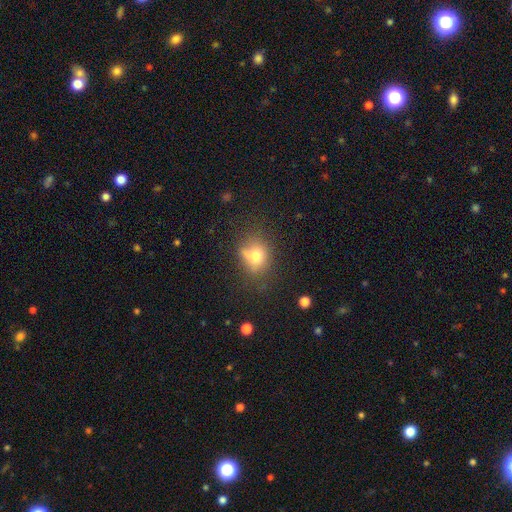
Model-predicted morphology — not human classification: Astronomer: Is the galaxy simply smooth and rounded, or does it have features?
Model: smooth — 65%.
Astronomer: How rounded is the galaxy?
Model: round — 62%.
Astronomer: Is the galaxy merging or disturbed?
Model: none — 48% (runner-up: minor disturbance, 25%).